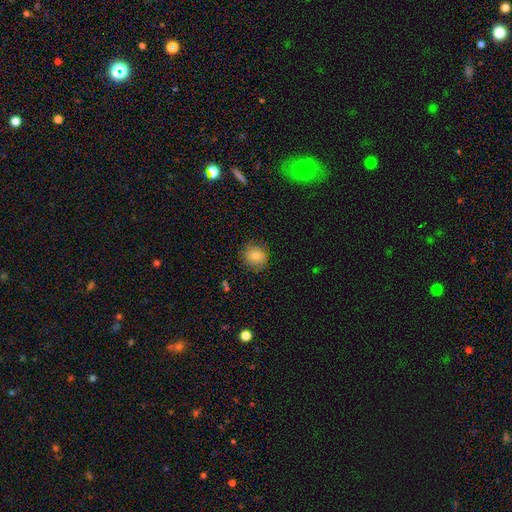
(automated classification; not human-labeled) Q: Smooth or featured?
A: smooth (75%); runner-up: star or artifact (12%)
Q: How rounded?
A: round (80%); runner-up: in between (19%)
Q: Merging?
A: none (83%); runner-up: minor disturbance (13%)